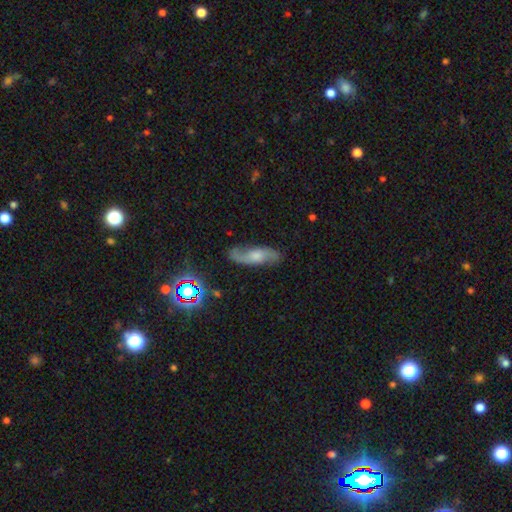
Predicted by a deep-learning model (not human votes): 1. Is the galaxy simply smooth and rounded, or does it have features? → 70% featured or disk, 20% smooth, 10% star or artifact.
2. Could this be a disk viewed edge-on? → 86% no, 14% yes.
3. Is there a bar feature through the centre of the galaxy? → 57% no, 34% weak, 8% strong.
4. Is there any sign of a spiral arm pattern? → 94% yes, 6% no.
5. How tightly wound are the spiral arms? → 60% loose, 31% medium, 9% tight.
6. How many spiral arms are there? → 88% 2, 5% can't tell, 4% 1, 1% 3, 1% 4, 1% more than 4.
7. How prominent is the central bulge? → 47% moderate, 26% small, 14% large, 11% none, 2% dominant.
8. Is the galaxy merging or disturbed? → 76% none, 16% minor disturbance, 6% major disturbance, 2% merger.